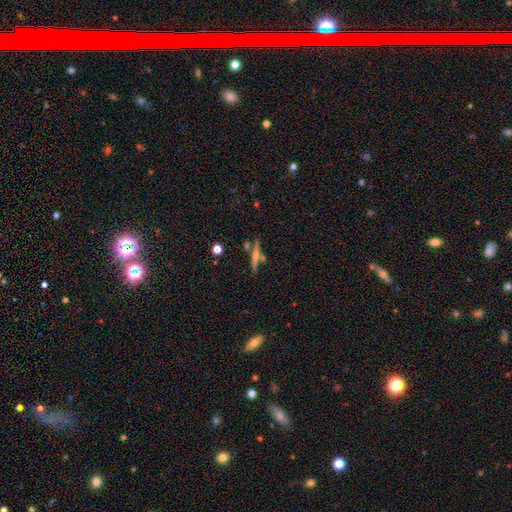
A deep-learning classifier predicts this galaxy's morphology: Overall: featured or disk (50%; smooth 41%). Edge-on disk: yes (95%). Merging: none (77%).